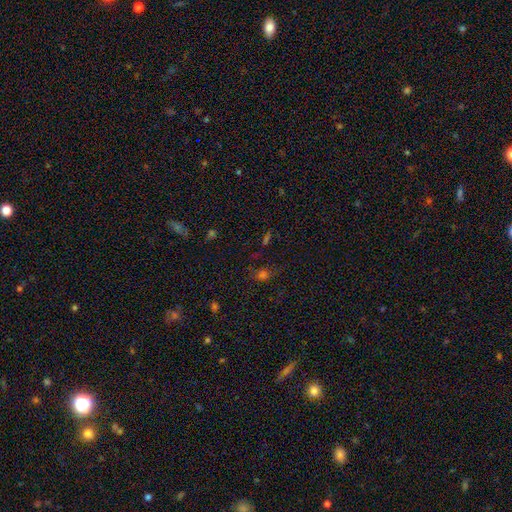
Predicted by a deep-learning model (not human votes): Smooth or featured: smooth — 49% (star or artifact — 41%)
Merging: none — 65% (minor disturbance — 17%)